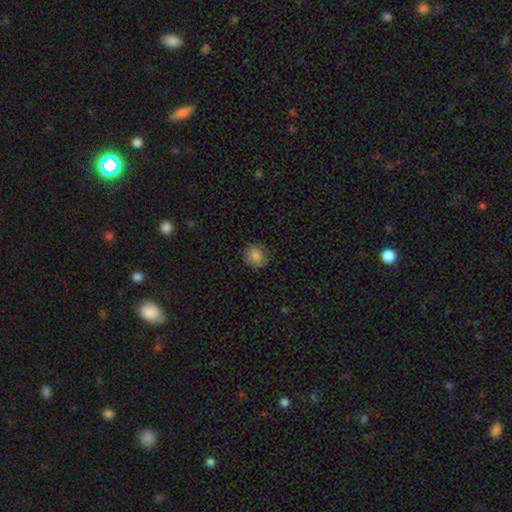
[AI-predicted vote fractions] smooth_or_featured: smooth (p=0.85) [alt: star or artifact p=0.09]
how_rounded: round (p=0.77) [alt: in between p=0.23]
merging: none (p=0.85) [alt: minor disturbance p=0.11]